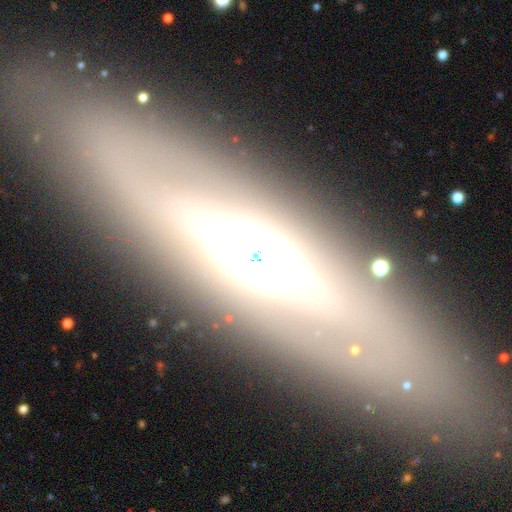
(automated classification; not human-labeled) featured or disk 66%, smooth 25%, star or artifact 8%. Down the decision tree: edge-on disk — yes (57%); merging — none (86%).